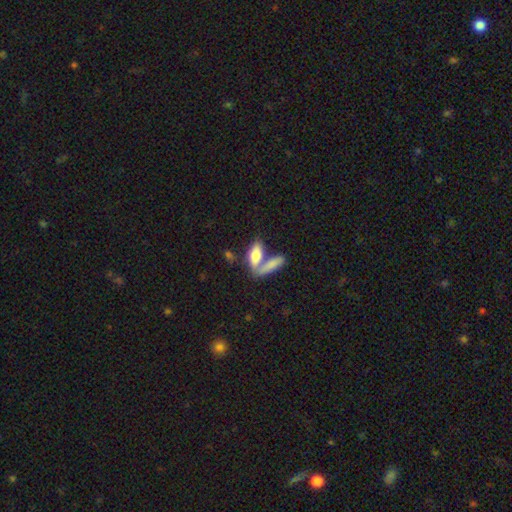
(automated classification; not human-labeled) This appears to be a smooth galaxy with no disk features (76%) that is in between round and cigar-shaped (70%). Merging: merger (51%).